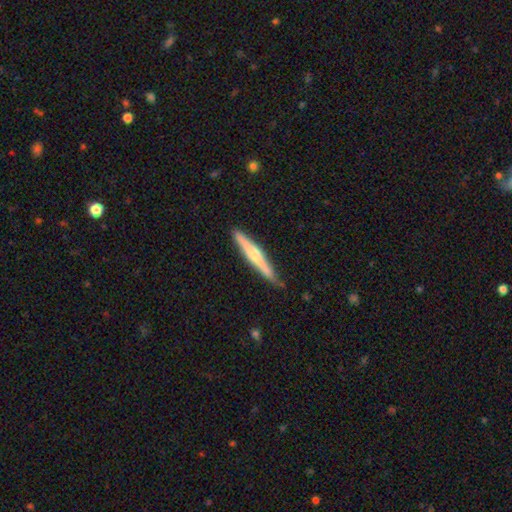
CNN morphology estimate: type=featured or disk (56%); edge-on=yes (97%); edge-on bulge=rounded (67%); merging=none (84%).